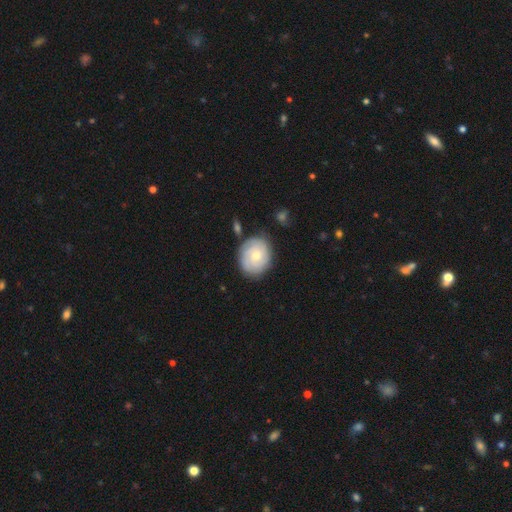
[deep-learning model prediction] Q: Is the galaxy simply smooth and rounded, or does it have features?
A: featured or disk — 63%.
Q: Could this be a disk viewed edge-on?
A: no — 97%.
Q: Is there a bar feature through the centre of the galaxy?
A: no — 75%.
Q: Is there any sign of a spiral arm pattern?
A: yes — 90%.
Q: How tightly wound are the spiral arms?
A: tight — 73%.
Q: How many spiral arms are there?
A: can't tell — 34%.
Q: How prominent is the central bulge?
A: small — 49%.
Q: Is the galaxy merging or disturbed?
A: none — 77%.